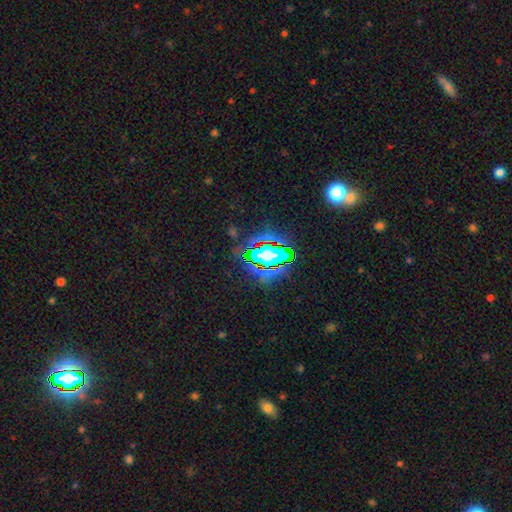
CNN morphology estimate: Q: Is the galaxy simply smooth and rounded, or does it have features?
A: star or artifact — 82%.